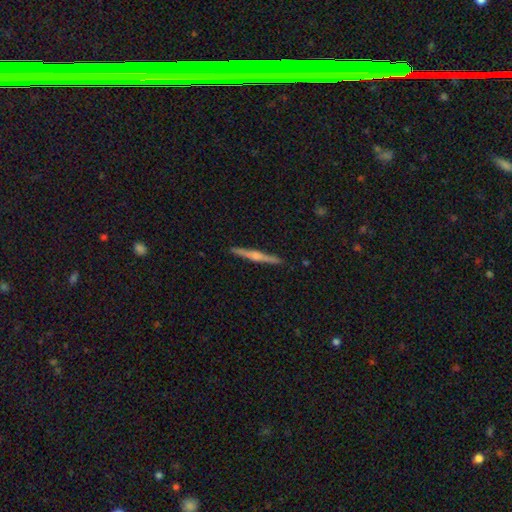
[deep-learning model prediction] Overall: featured or disk (67%; smooth 27%). Edge-on disk: yes (98%). Edge-on bulge: rounded (79%). Merging: none (91%).